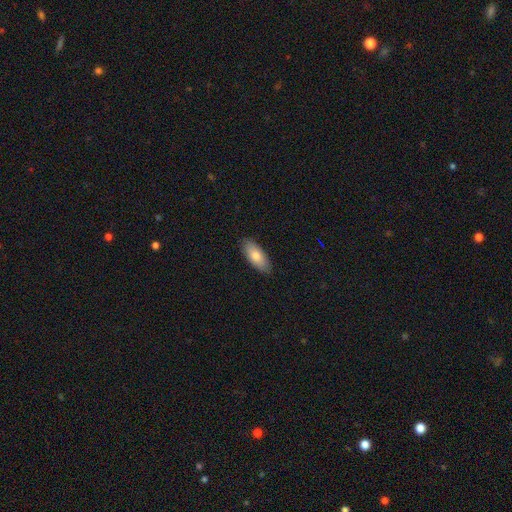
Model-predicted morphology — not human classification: Q: Smooth or featured?
A: smooth (76%); runner-up: featured or disk (18%)
Q: How rounded?
A: in between (86%); runner-up: cigar-shaped (12%)
Q: Merging?
A: none (87%); runner-up: minor disturbance (10%)